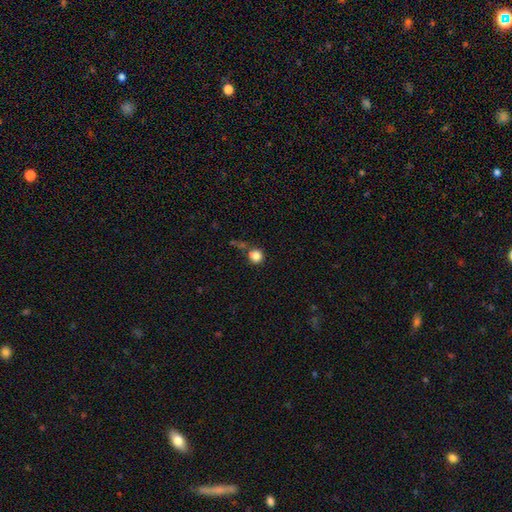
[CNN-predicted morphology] Smooth or featured? smooth (84%)
How rounded? round (92%)
Merging? none (67%)